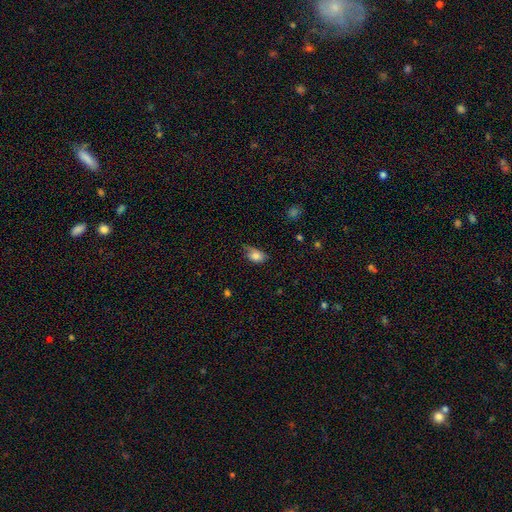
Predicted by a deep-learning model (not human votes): smooth 81%, featured or disk 10%, star or artifact 9%. Down the decision tree: how rounded — in between (83%); merging — none (50%).